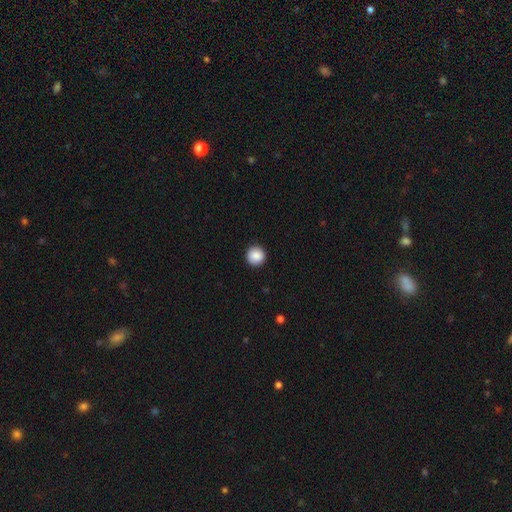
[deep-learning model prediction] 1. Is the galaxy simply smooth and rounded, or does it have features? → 89% smooth, 8% star or artifact, 3% featured or disk.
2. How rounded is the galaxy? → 95% round, 4% in between, 1% cigar-shaped.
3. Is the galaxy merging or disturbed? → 92% none, 5% minor disturbance, 2% major disturbance, 1% merger.